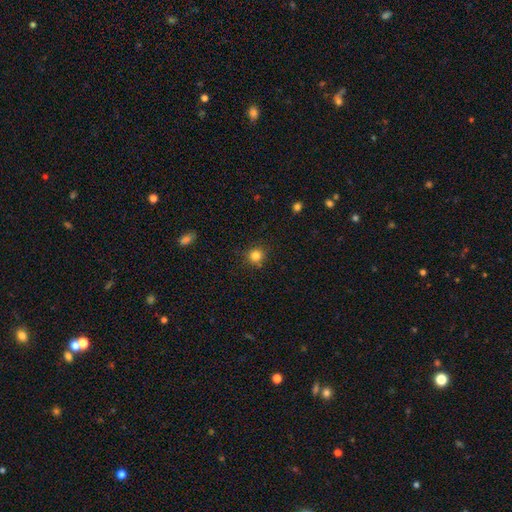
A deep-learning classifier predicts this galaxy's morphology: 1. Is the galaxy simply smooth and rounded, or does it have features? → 83% smooth, 12% star or artifact, 5% featured or disk.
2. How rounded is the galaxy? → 90% round, 9% in between, 1% cigar-shaped.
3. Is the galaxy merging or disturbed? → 84% none, 10% minor disturbance, 3% merger, 3% major disturbance.